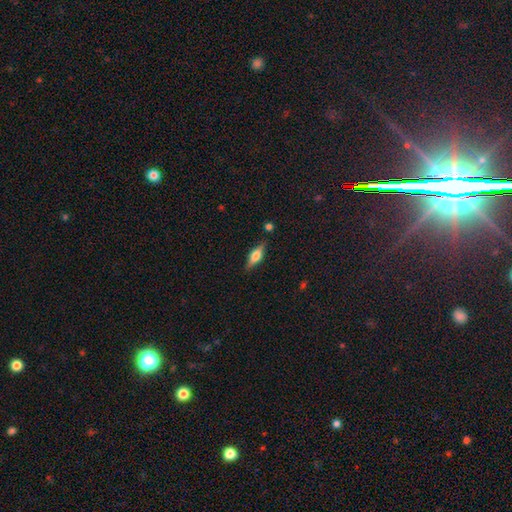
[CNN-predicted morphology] Smooth or featured? featured or disk (48%)
Merging? none (82%)